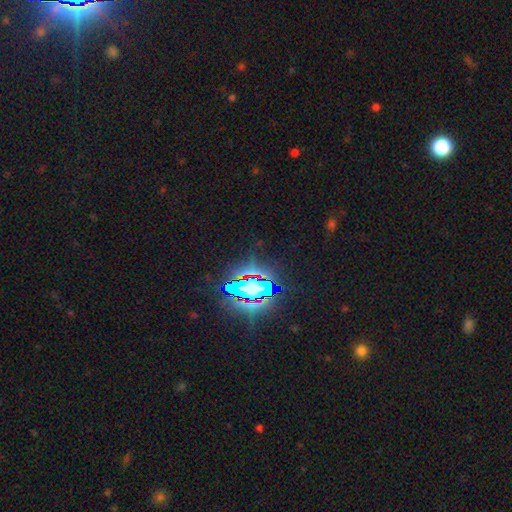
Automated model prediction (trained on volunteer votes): star or artifact 83%, smooth 10%, featured or disk 8%.